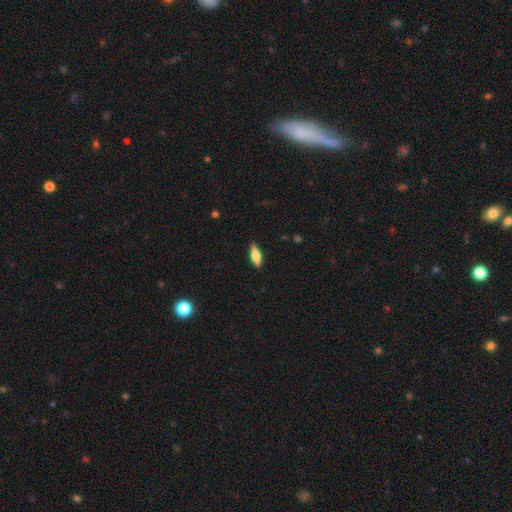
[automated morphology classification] This is likely a smooth galaxy (65%). How rounded: possibly in between (60%). Merging: clearly none (88%).